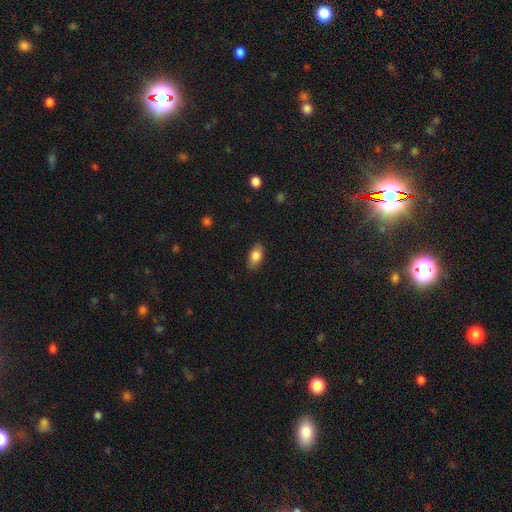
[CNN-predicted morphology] Smooth or featured? smooth (83%)
How rounded? in between (90%)
Merging? none (85%)